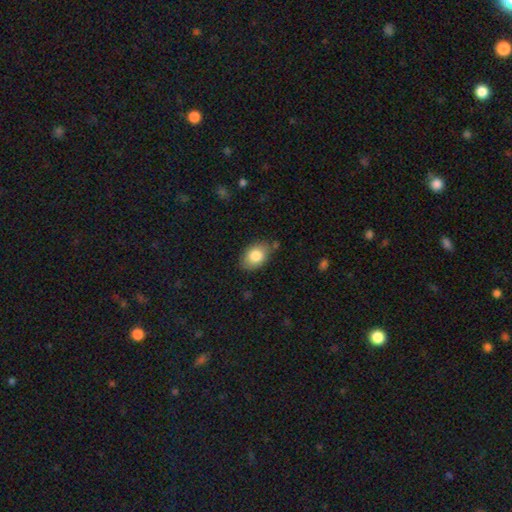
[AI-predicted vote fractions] A smooth galaxy with no disk features (82%) that is in between round and cigar-shaped (82%).

Vote fractions:
- Smooth or featured? smooth: 82% / featured or disk: 11% / star or artifact: 7%
- How rounded? in between: 82% / round: 17% / cigar-shaped: 1%
- Merging? none: 78% / minor disturbance: 16% / major disturbance: 3% / merger: 3%